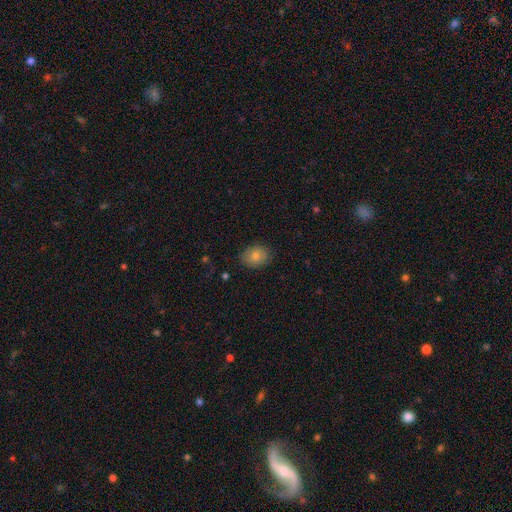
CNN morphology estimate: The model was most divided on "how rounded": in between: 53%, round: 46%, cigar-shaped: 1%. More confident: merging — none (85%); smooth or featured — smooth (76%).